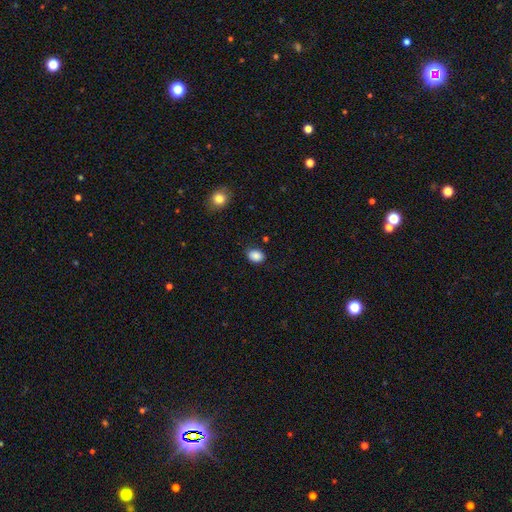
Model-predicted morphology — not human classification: This is clearly a smooth galaxy (88%). How rounded: likely in between (67%). Merging: clearly none (83%).